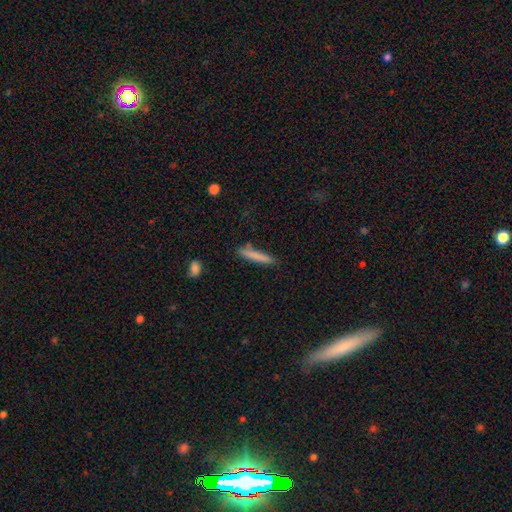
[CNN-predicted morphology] type=smooth (79%); roundness=cigar-shaped (93%); merging=none (81%).